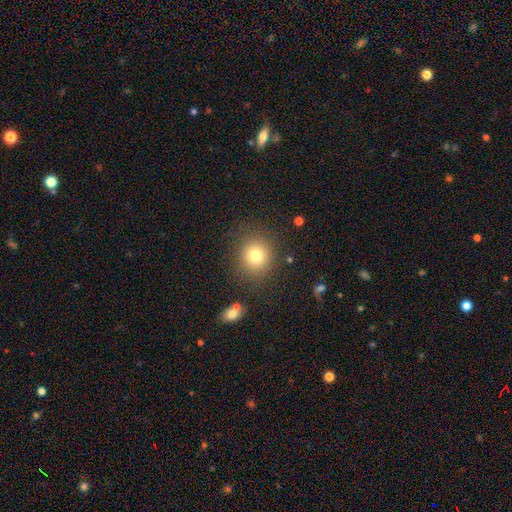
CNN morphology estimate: smooth_or_featured: smooth (p=0.78) [alt: star or artifact p=0.13]
how_rounded: round (p=0.87) [alt: in between p=0.12]
merging: none (p=0.84) [alt: minor disturbance p=0.09]